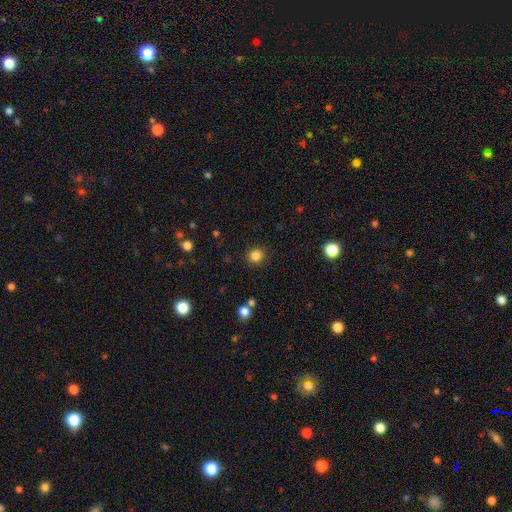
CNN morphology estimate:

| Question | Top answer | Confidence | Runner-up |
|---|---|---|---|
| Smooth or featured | smooth | 84% | star or artifact (12%) |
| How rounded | round | 89% | in between (10%) |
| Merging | none | 89% | minor disturbance (7%) |